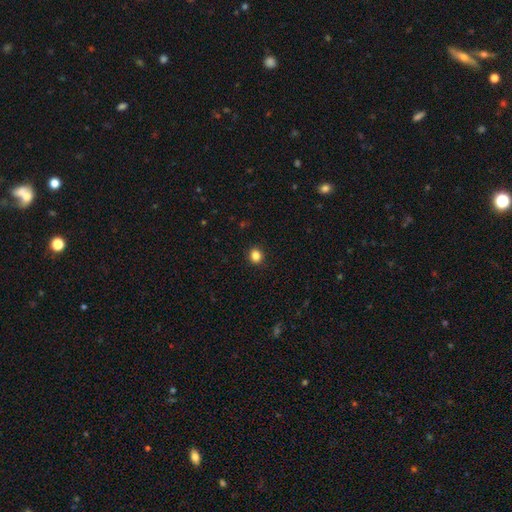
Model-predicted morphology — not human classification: This appears to be a smooth galaxy with no disk features (85%) that is round (75%). Merging: none (91%).